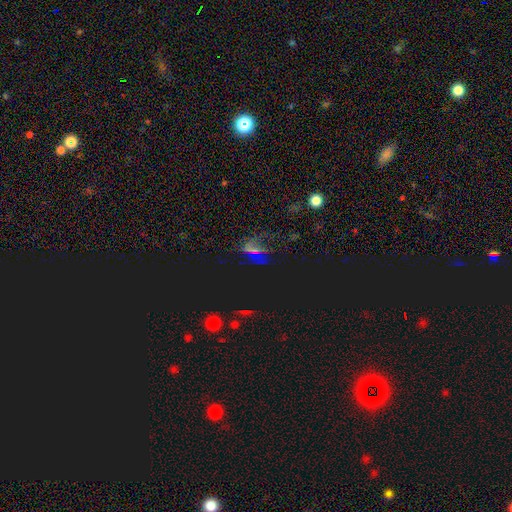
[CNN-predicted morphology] Overall: star or artifact (67%).